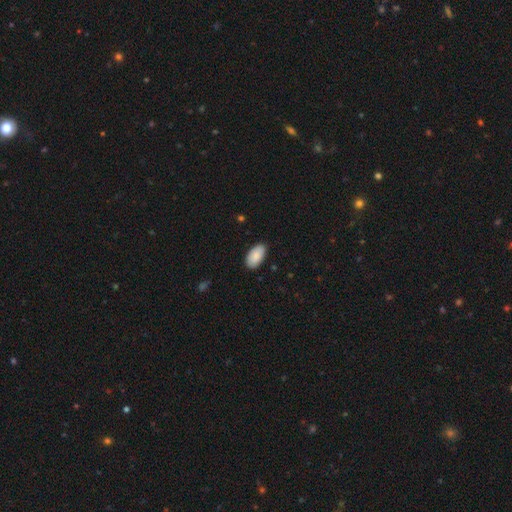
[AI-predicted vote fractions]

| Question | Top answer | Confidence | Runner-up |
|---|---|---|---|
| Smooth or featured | smooth | 88% | featured or disk (6%) |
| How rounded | in between | 96% | round (2%) |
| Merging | none | 85% | minor disturbance (12%) |